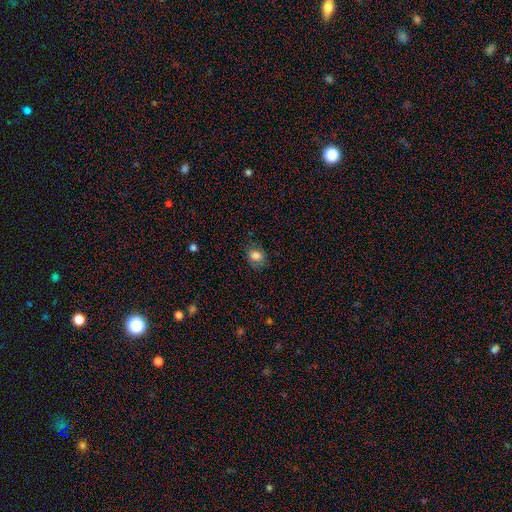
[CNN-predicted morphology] type=smooth (82%); roundness=round (55%); merging=none (77%).